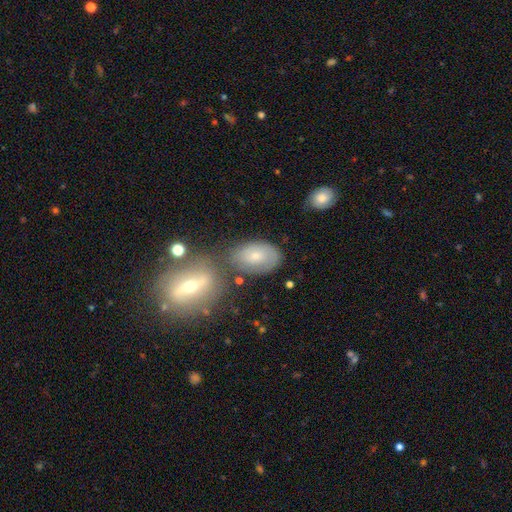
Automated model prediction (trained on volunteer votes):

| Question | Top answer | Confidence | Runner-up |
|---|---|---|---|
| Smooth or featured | smooth | 53% | featured or disk (37%) |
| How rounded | in between | 87% | round (12%) |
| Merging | none | 54% | minor disturbance (20%) |